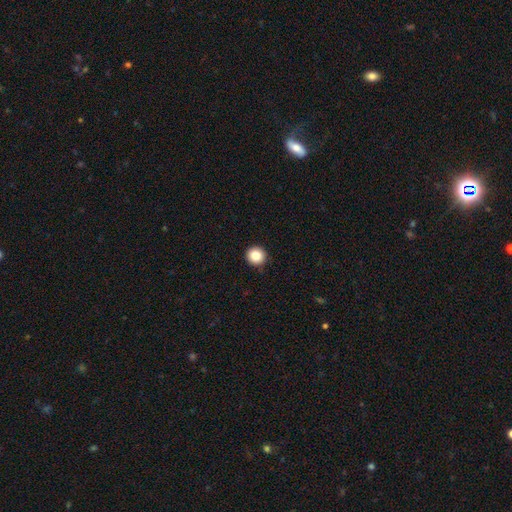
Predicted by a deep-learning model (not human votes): Morphology: type=smooth (85%); roundness=round (95%); merging=none (93%).